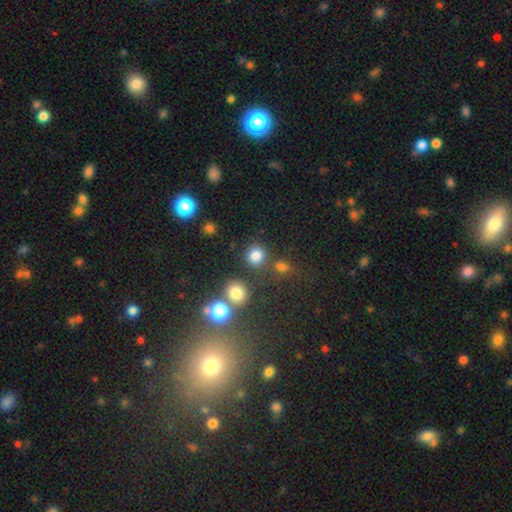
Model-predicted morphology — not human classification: Q: Smooth or featured?
A: smooth (79%); runner-up: star or artifact (15%)
Q: How rounded?
A: round (87%); runner-up: in between (12%)
Q: Merging?
A: none (77%); runner-up: merger (9%)